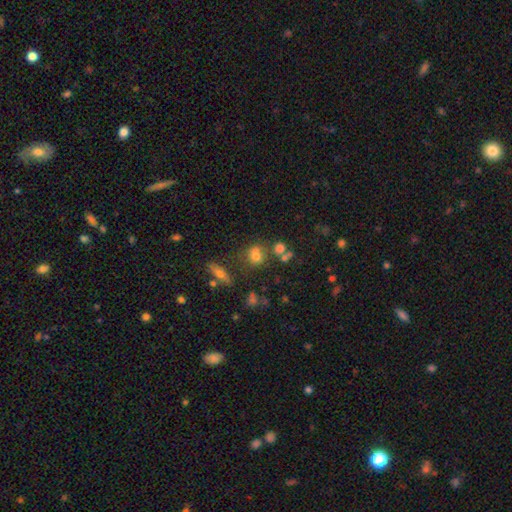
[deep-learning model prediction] Overall: smooth (67%). How rounded: round (65%; in between 32%). Merging: none (53%; merger 27%).